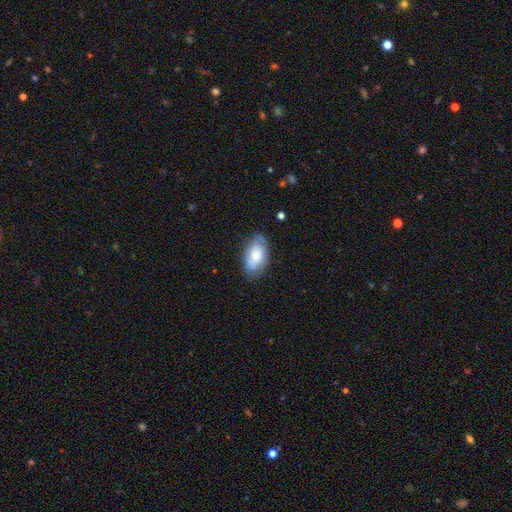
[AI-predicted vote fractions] The model was most divided on "smooth or featured": smooth: 64%, featured or disk: 30%, star or artifact: 7%. More confident: how rounded — in between (93%); merging — none (70%).